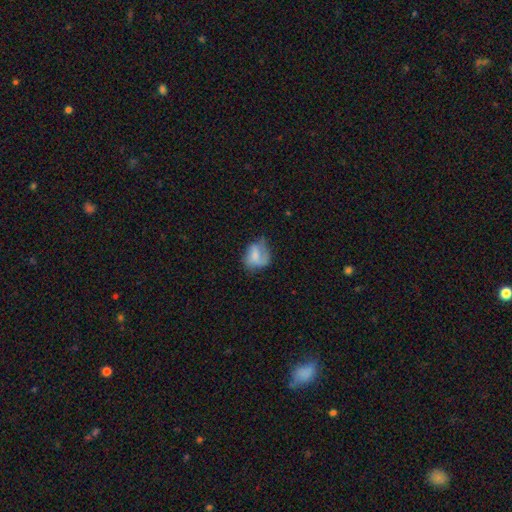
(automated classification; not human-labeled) Smooth or featured? Predicted: smooth (p=0.52). How rounded? Predicted: round (p=0.50). Merging? Predicted: none (p=0.40).